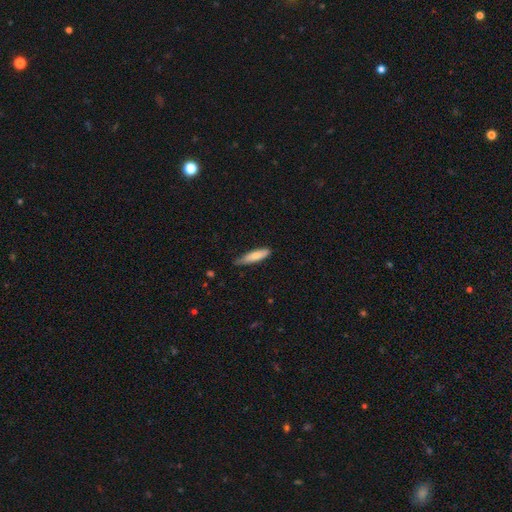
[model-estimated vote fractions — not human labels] This appears to be a smooth galaxy with no disk features (76%) that is cigar-shaped (67%). Merging: none (62%).